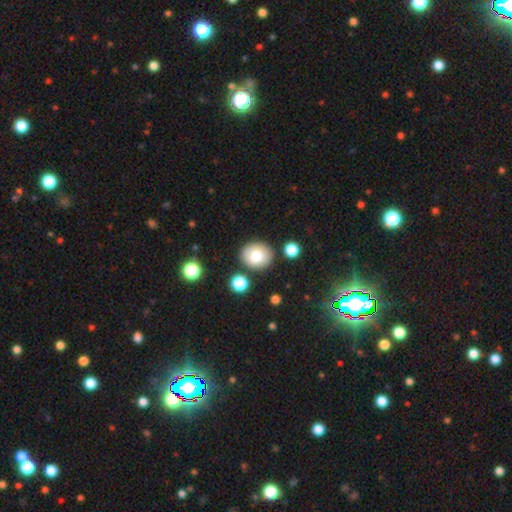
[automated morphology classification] Q: Smooth or featured?
A: smooth (77%); runner-up: featured or disk (13%)
Q: How rounded?
A: round (65%); runner-up: in between (34%)
Q: Merging?
A: none (82%); runner-up: minor disturbance (10%)